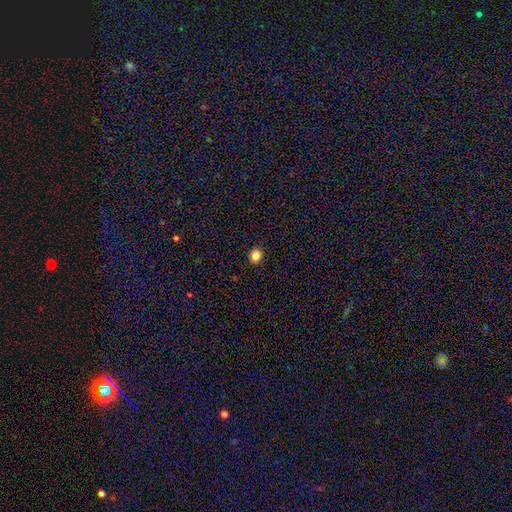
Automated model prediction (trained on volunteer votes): smooth-or-featured: smooth: 84% | star or artifact: 12% | featured or disk: 4%
  how-rounded: round: 73% | in between: 26% | cigar-shaped: 1%
  merging: none: 92% | minor disturbance: 5% | major disturbance: 1% | merger: 1%